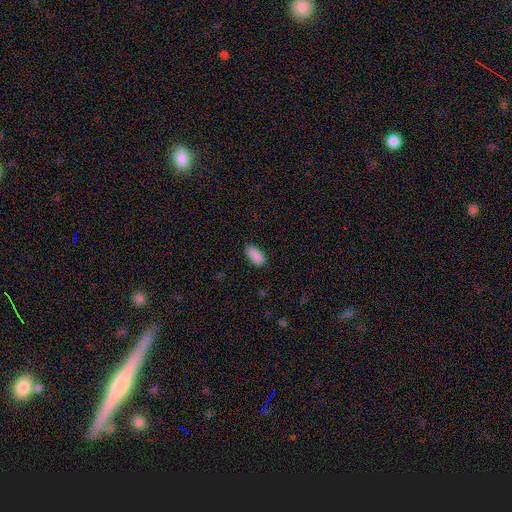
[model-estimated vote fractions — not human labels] Overall: smooth (90%). How rounded: in between (85%). Merging: none (86%).